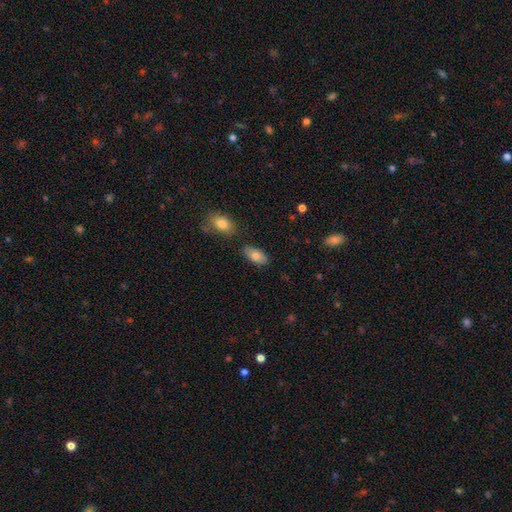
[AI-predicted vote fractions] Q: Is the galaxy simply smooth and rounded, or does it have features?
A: smooth — 78%.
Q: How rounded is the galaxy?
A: in between — 93%.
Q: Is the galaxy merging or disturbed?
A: none — 78%.